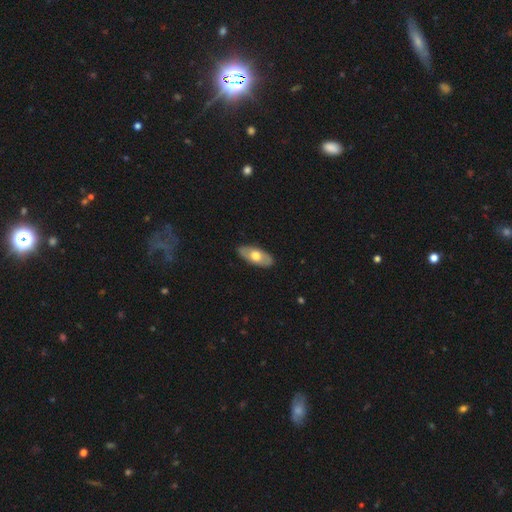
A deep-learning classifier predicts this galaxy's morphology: Overall: smooth (54%; featured or disk 41%). How rounded: in between (88%). Merging: none (86%).